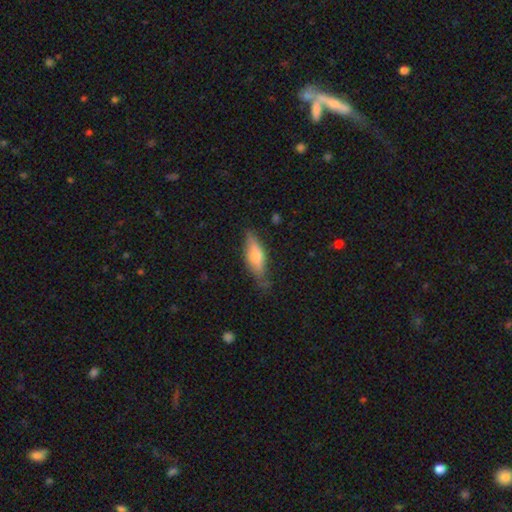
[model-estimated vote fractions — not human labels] Smooth or featured? smooth (60%)
How rounded? in between (54%)
Merging? none (66%)